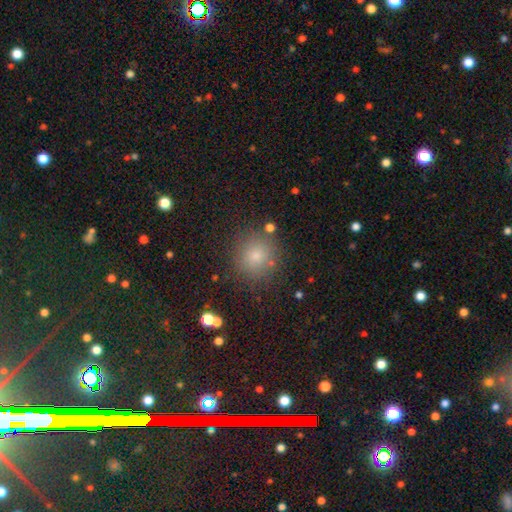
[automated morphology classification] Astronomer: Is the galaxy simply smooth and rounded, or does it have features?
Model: smooth — 75%.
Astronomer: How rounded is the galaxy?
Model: round — 92%.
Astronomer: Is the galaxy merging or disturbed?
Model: none — 85%.